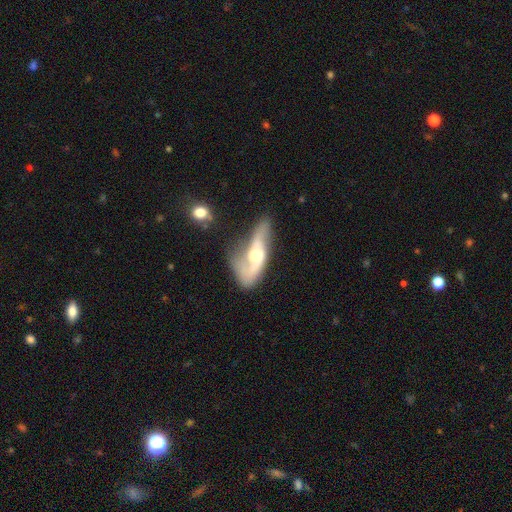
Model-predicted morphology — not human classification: A featured or disk galaxy (73%) with no bar (61%), 2 (80%) loose (66%) spiral arms (81%) and a moderate central bulge (67%).

Vote fractions:
- Smooth or featured? featured or disk: 73% / smooth: 21% / star or artifact: 6%
- Edge-on disk? no: 86% / yes: 14%
- Bar? no: 61% / weak: 30% / strong: 10%
- Spiral arms? yes: 81% / no: 19%
- Spiral winding? loose: 66% / medium: 25% / tight: 9%
- Spiral arm count? 2: 80% / can't tell: 9% / 1: 7% / 3: 2% / 4: 1% / more than 4: 1%
- Bulge size? moderate: 67% / small: 19% / large: 10% / none: 2% / dominant: 1%
- Merging? none: 34% / major disturbance: 27% / minor disturbance: 25% / merger: 14%